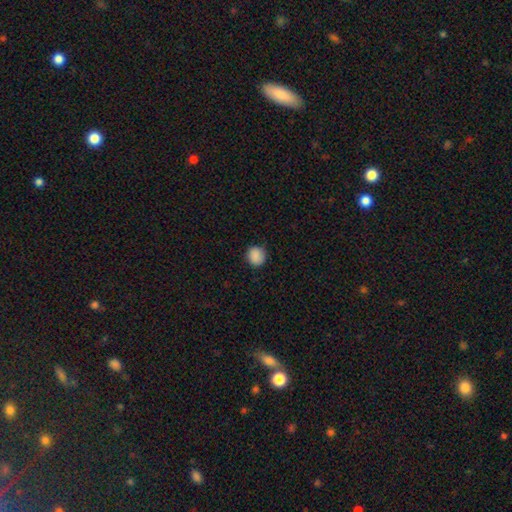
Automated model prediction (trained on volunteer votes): smooth_or_featured: smooth (p=0.89) [alt: star or artifact p=0.08]
how_rounded: round (p=0.85) [alt: in between p=0.14]
merging: none (p=0.85) [alt: minor disturbance p=0.12]